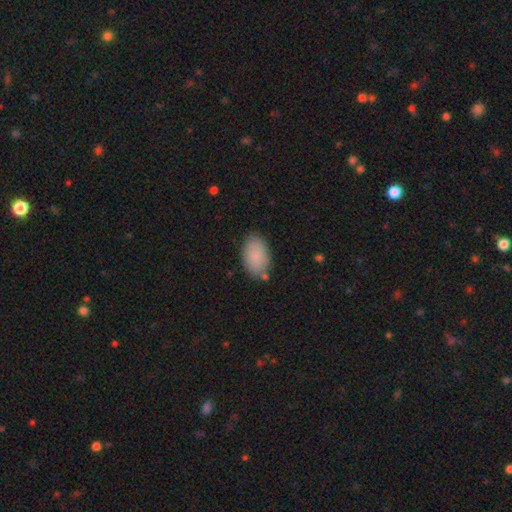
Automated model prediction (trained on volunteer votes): smooth-or-featured: smooth: 87% | star or artifact: 6% | featured or disk: 6%
  how-rounded: in between: 93% | round: 6% | cigar-shaped: 1%
  merging: none: 79% | minor disturbance: 14% | merger: 4% | major disturbance: 3%